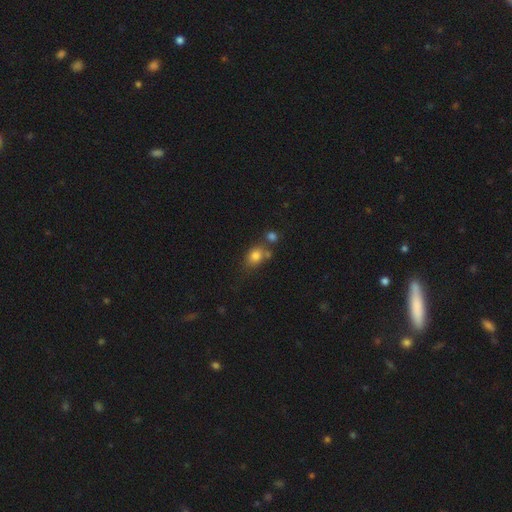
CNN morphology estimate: The model was most divided on "how rounded": in between: 55%, round: 44%, cigar-shaped: 2%. More confident: smooth or featured — smooth (79%); merging — none (54%).